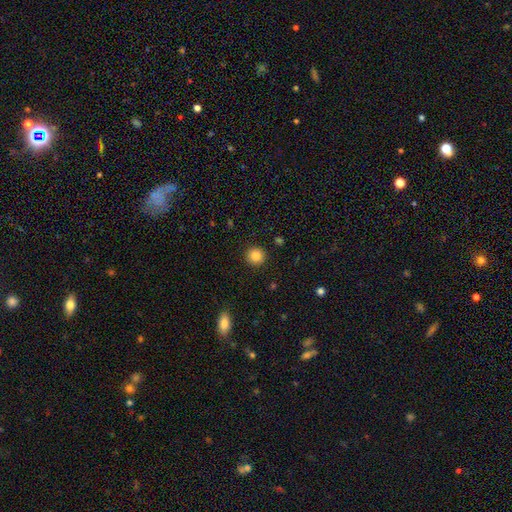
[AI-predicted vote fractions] This is clearly a smooth galaxy (85%). How rounded: clearly round (94%). Merging: clearly none (92%).